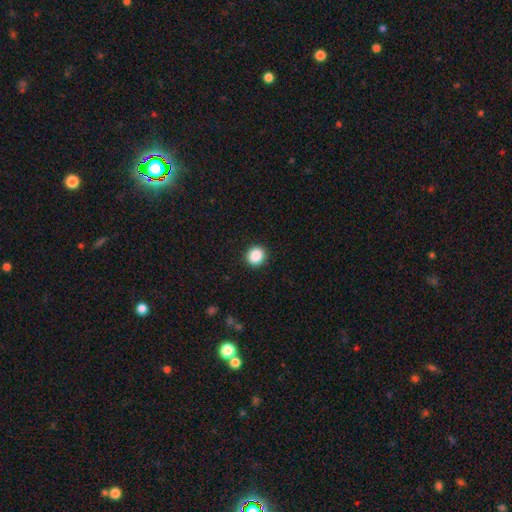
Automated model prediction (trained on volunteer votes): Smooth or featured: smooth — 88% (star or artifact — 9%)
How rounded: round — 87% (in between — 12%)
Merging: none — 92% (minor disturbance — 5%)